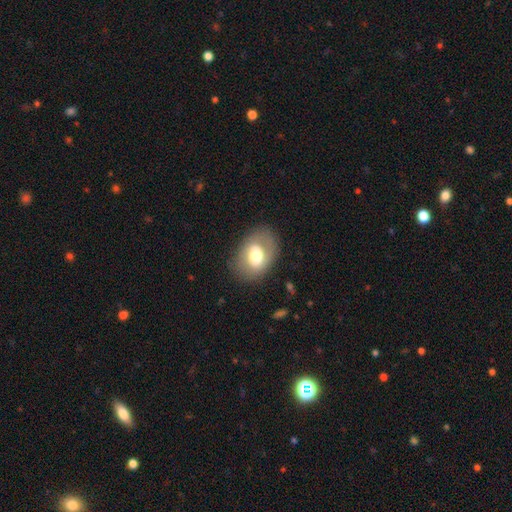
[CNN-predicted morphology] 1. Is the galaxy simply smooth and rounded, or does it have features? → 59% smooth, 34% featured or disk, 8% star or artifact.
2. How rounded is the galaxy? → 76% in between, 23% round, 1% cigar-shaped.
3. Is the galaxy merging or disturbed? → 77% none, 15% minor disturbance, 7% major disturbance, 1% merger.